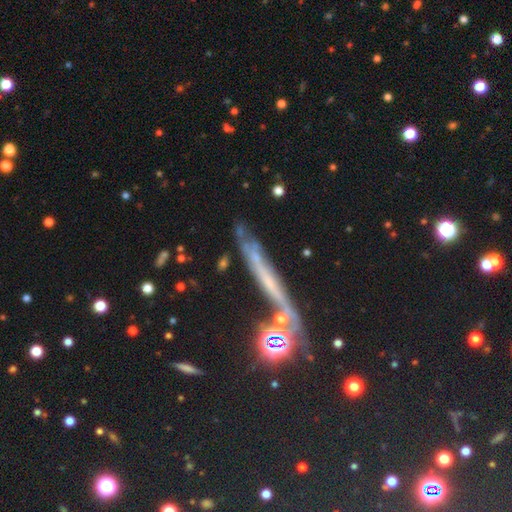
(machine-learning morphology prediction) type=featured or disk (51%); edge-on=yes (74%); merging=none (56%).